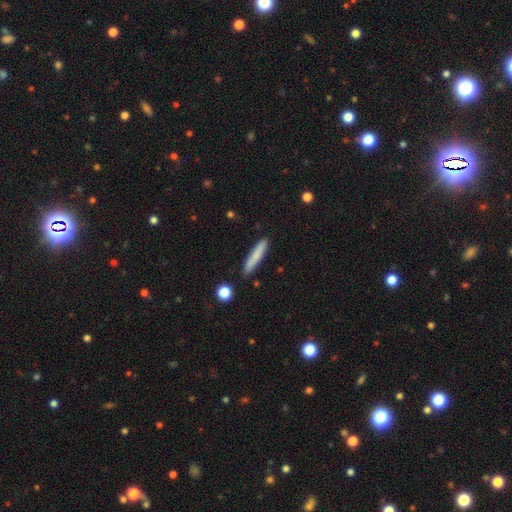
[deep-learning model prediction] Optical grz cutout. It shows a smooth galaxy with no disk features (78%) that is cigar-shaped (92%). Merging: none (86%).